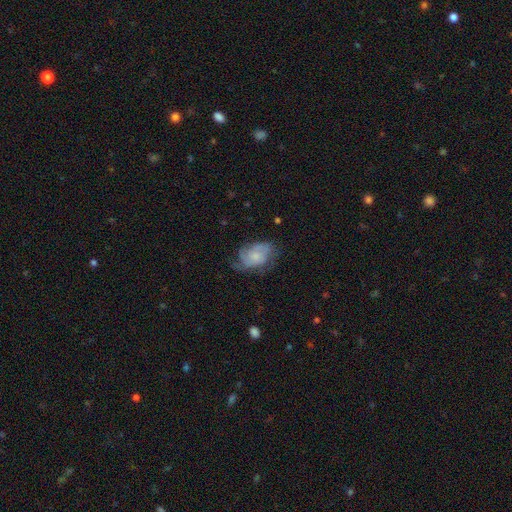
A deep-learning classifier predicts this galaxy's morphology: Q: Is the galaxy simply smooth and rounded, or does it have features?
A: featured or disk — 59%.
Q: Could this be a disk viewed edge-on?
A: no — 97%.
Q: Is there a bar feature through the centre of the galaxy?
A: no — 77%.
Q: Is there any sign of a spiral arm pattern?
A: yes — 85%.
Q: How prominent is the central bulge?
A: small — 53%.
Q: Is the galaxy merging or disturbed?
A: none — 52%.